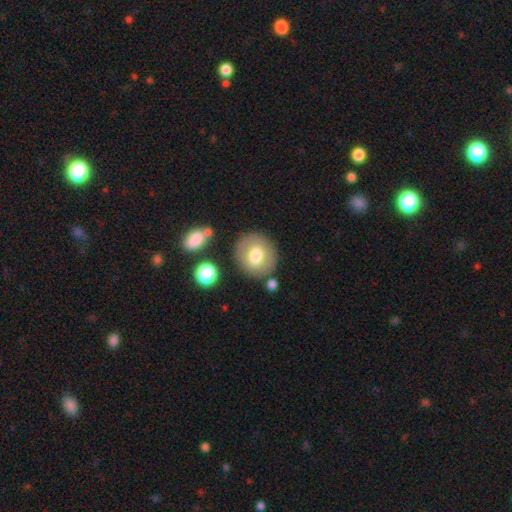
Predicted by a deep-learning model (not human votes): smooth 69%, featured or disk 23%, star or artifact 8%. Down the decision tree: how rounded — round (79%); merging — none (79%).